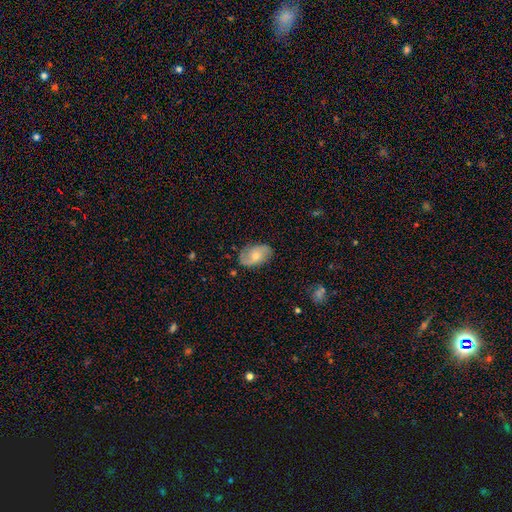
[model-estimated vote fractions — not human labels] A featured or disk galaxy (59%) with no bar (68%), spiral arms (86%) and a moderate central bulge (53%).

Vote fractions:
- Smooth or featured? featured or disk: 59% / smooth: 35% / star or artifact: 7%
- Edge-on disk? no: 96% / yes: 4%
- Bar? no: 68% / weak: 27% / strong: 5%
- Spiral arms? yes: 86% / no: 14%
- Bulge size? moderate: 53% / small: 42% / large: 2% / none: 2% / dominant: 1%
- Merging? none: 76% / minor disturbance: 18% / major disturbance: 5% / merger: 1%